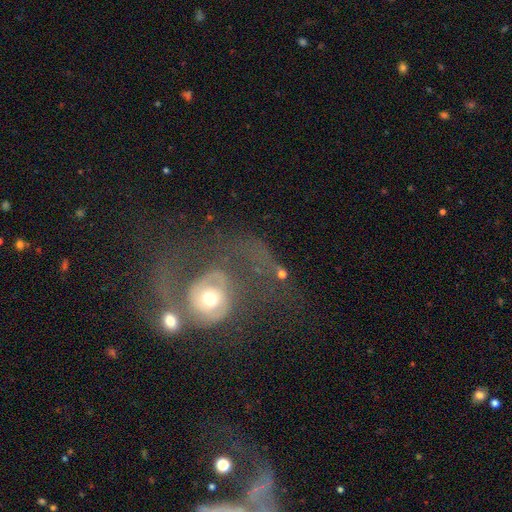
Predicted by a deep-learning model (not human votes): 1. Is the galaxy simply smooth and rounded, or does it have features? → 69% featured or disk, 20% smooth, 12% star or artifact.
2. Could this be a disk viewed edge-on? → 97% no, 3% yes.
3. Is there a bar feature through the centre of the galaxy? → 76% no, 17% weak, 7% strong.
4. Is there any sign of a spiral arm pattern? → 71% yes, 29% no.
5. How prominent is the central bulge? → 58% moderate, 26% small, 10% large, 3% dominant, 3% none.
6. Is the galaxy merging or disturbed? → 37% major disturbance, 30% none, 20% merger, 13% minor disturbance.